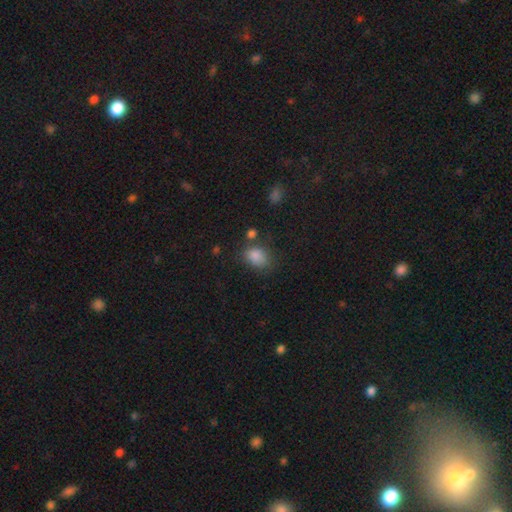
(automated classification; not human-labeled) This is clearly a smooth galaxy (83%). How rounded: likely in between (71%). Merging: likely none (61%).